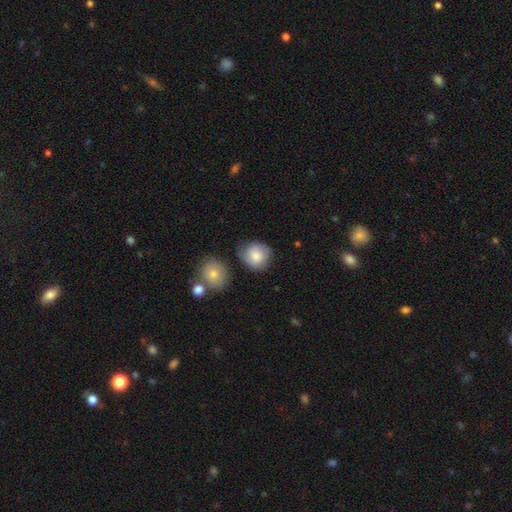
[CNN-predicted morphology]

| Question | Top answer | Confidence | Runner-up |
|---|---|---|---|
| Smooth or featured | smooth | 74% | featured or disk (19%) |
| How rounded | round | 81% | in between (18%) |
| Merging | none | 67% | minor disturbance (22%) |